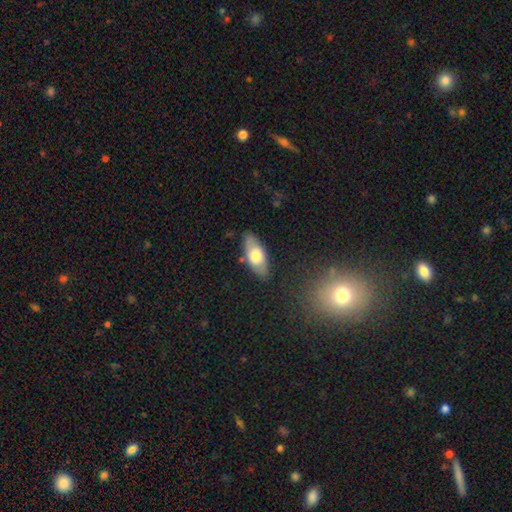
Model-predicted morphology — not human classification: A smooth galaxy with no disk features (64%) that is in between round and cigar-shaped (83%). Merging: none (83%).